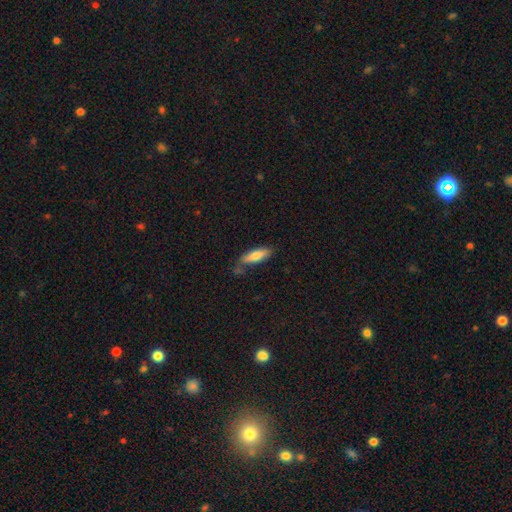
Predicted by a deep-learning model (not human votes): Smooth or featured? Predicted: smooth (p=0.76). How rounded? Predicted: cigar-shaped (p=0.55). Merging? Predicted: none (p=0.70).